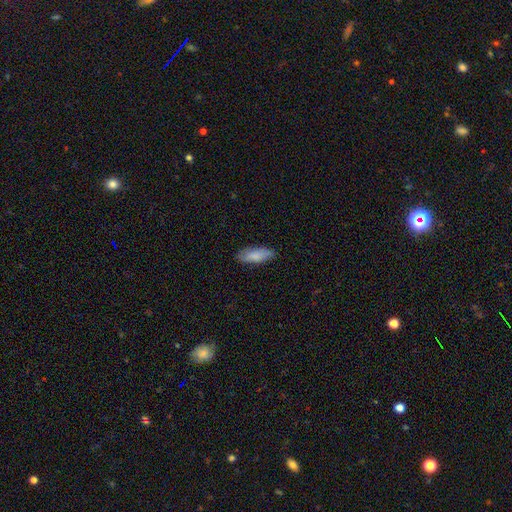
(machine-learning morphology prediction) A smooth galaxy with no disk features (82%) that is in between round and cigar-shaped (64%). Merging: none (82%).